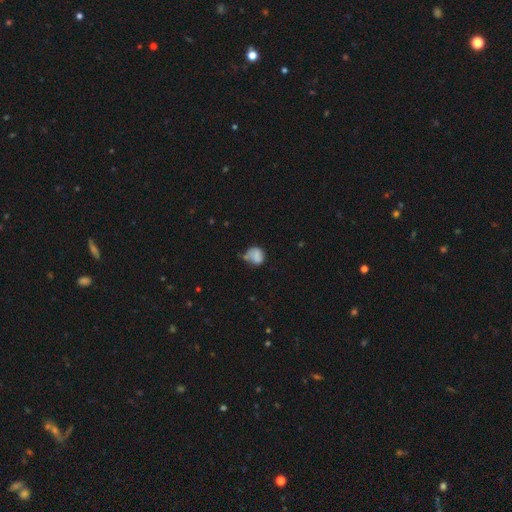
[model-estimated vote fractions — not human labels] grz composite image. It shows a smooth galaxy with no disk features (70%) that is round (63%). Merging: none (40%).